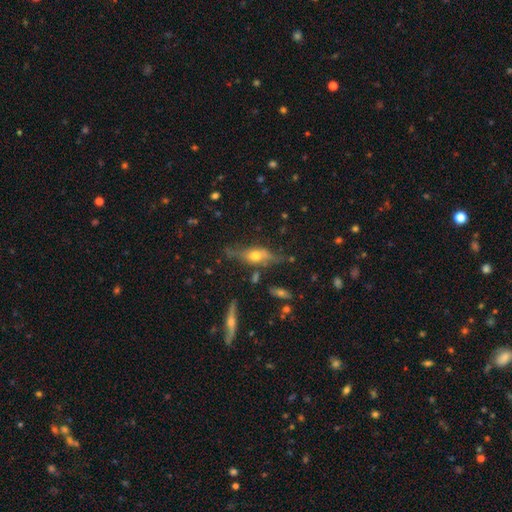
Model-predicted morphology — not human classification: This is possibly a featured or disk galaxy (54%). It is clearly viewed edge-on (82%). Merging: likely none (65%).